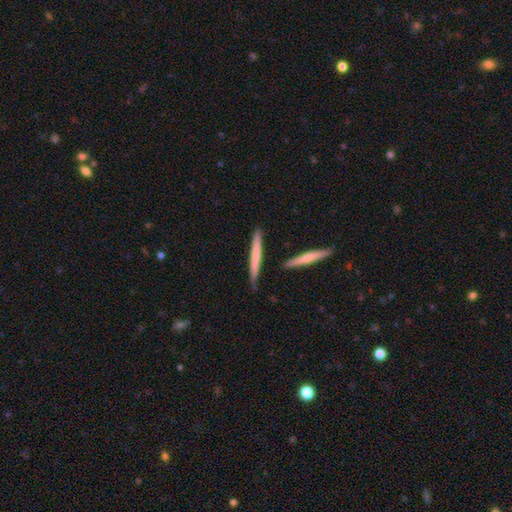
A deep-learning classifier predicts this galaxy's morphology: Q: Smooth or featured?
A: smooth (57%); runner-up: featured or disk (38%)
Q: How rounded?
A: cigar-shaped (96%); runner-up: in between (3%)
Q: Merging?
A: none (83%); runner-up: minor disturbance (11%)